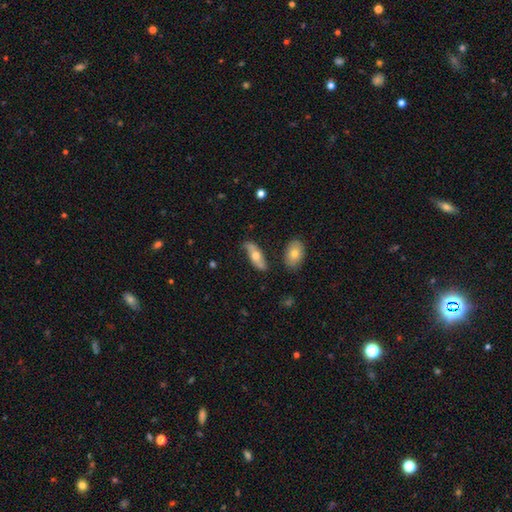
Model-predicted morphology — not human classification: Overall: smooth (51%; featured or disk 43%). How rounded: in between (69%). Merging: none (69%).